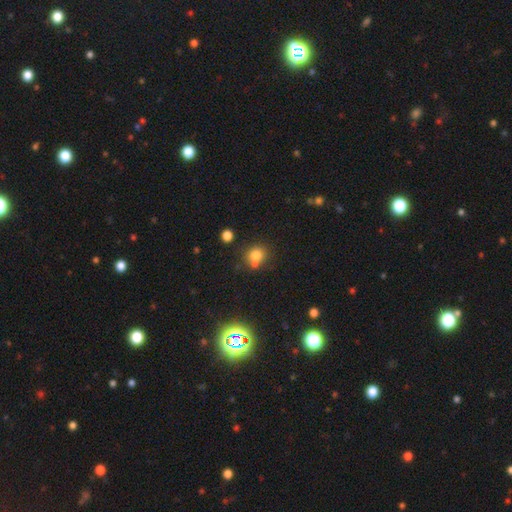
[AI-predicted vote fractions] Q: Smooth or featured?
A: smooth (77%); runner-up: star or artifact (14%)
Q: How rounded?
A: round (76%); runner-up: in between (23%)
Q: Merging?
A: none (57%); runner-up: merger (26%)